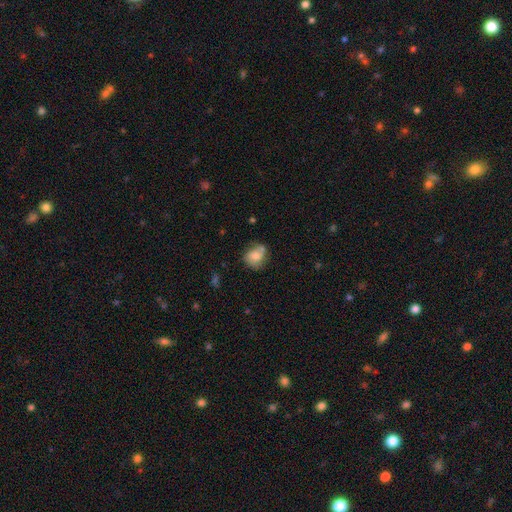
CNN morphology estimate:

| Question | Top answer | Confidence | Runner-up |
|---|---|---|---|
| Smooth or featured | smooth | 68% | featured or disk (23%) |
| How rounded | round | 69% | in between (29%) |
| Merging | none | 53% | minor disturbance (23%) |